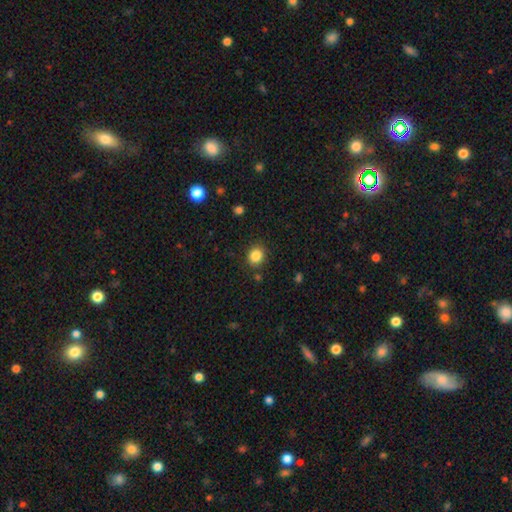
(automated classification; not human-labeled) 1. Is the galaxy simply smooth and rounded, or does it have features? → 86% smooth, 10% star or artifact, 4% featured or disk.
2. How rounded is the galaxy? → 70% round, 29% in between, 1% cigar-shaped.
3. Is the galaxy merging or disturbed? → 86% none, 9% minor disturbance, 3% major disturbance, 2% merger.